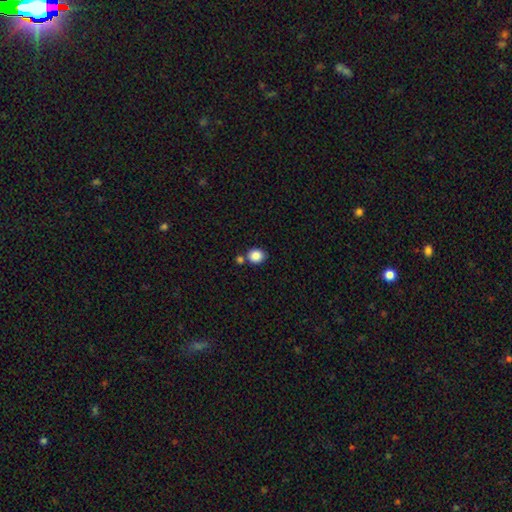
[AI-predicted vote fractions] smooth_or_featured: smooth (p=0.87) [alt: star or artifact p=0.09]
how_rounded: round (p=0.77) [alt: in between p=0.22]
merging: none (p=0.71) [alt: merger p=0.17]